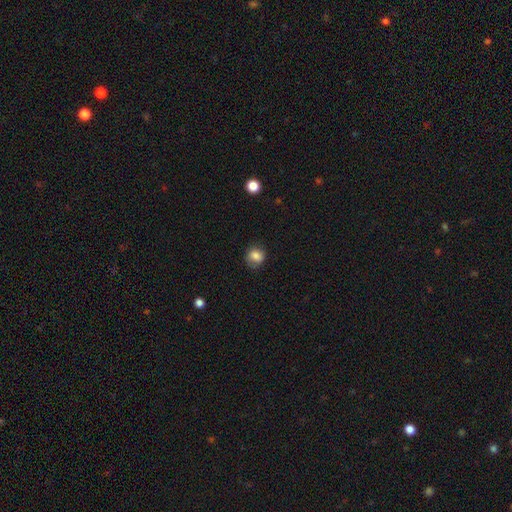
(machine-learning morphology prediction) smooth-or-featured: smooth: 82% | star or artifact: 10% | featured or disk: 8%
  how-rounded: round: 67% | in between: 32% | cigar-shaped: 1%
  merging: none: 72% | minor disturbance: 20% | major disturbance: 6% | merger: 1%